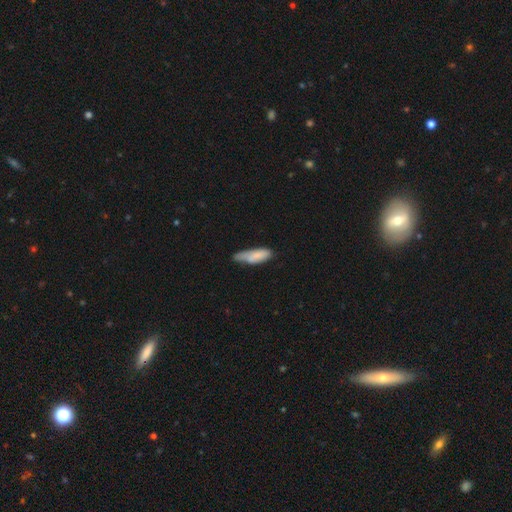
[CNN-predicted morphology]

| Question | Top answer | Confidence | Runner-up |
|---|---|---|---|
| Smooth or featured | smooth | 77% | featured or disk (17%) |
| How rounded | in between | 58% | cigar-shaped (41%) |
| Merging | minor disturbance | 43% | none (36%) |